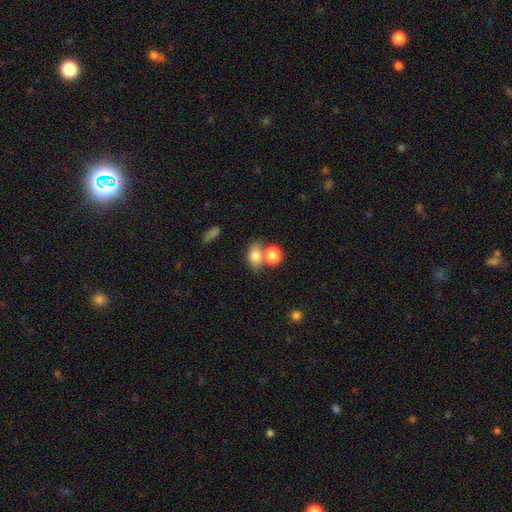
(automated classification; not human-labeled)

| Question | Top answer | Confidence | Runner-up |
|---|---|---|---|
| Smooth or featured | smooth | 78% | star or artifact (11%) |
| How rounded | in between | 66% | round (32%) |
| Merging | none | 46% | merger (36%) |